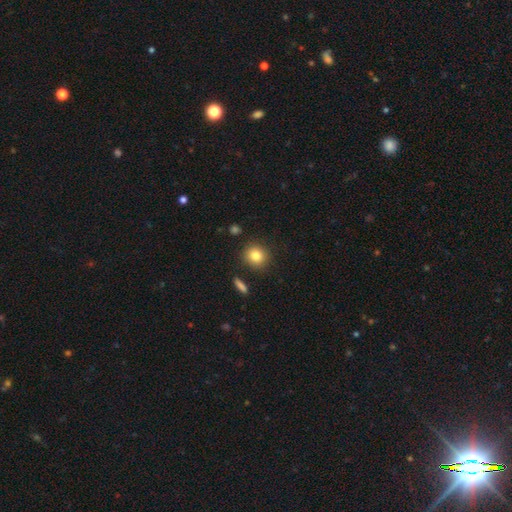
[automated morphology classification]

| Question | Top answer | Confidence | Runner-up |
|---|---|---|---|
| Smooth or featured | smooth | 83% | star or artifact (10%) |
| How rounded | round | 85% | in between (14%) |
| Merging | none | 88% | minor disturbance (8%) |